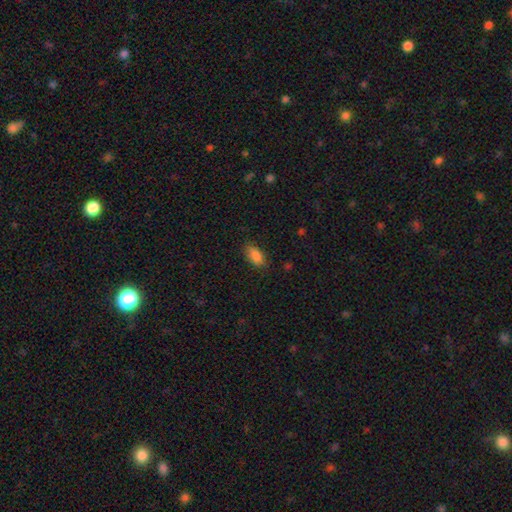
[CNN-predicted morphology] Smooth or featured?
  - smooth: 87% *
  - star or artifact: 8%
  - featured or disk: 5%
How rounded?
  - in between: 90% *
  - cigar-shaped: 6%
  - round: 3%
Merging?
  - none: 83% *
  - minor disturbance: 13%
  - major disturbance: 3%
  - merger: 1%